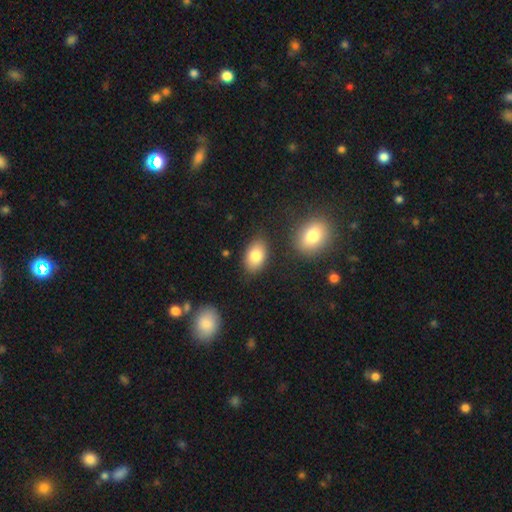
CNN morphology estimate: Smooth or featured? smooth (82%)
How rounded? in between (88%)
Merging? none (81%)